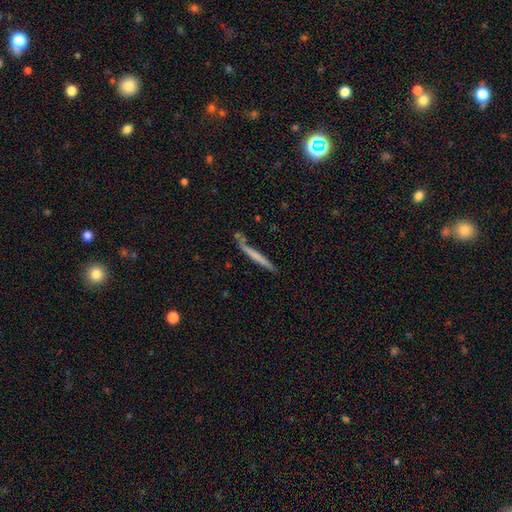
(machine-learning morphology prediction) type=smooth (57%); roundness=cigar-shaped (96%); merging=none (73%).